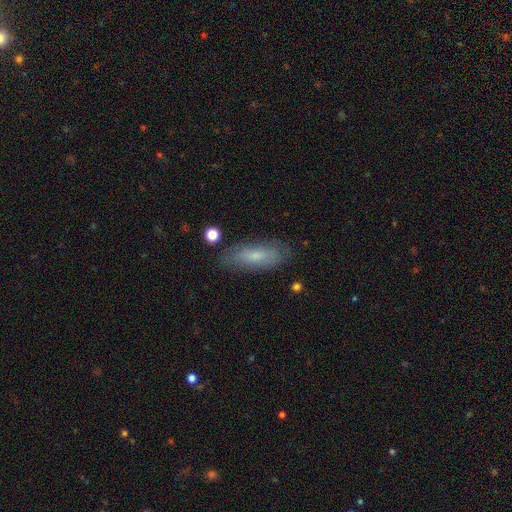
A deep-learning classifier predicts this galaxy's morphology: A smooth galaxy with no disk features (68%) that is in between round and cigar-shaped (62%). Merging: none (79%).